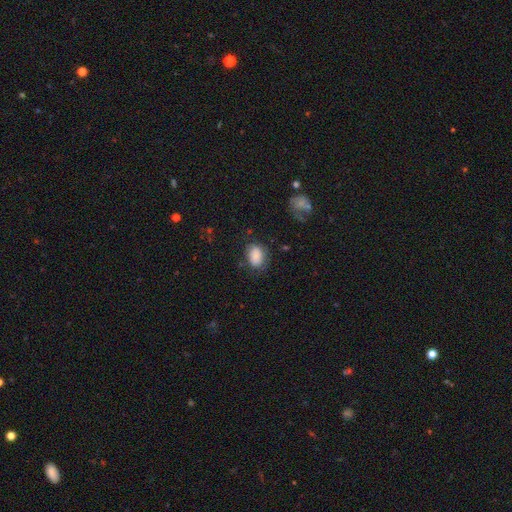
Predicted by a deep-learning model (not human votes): smooth_or_featured: smooth (p=0.81) [alt: featured or disk p=0.11]
how_rounded: in between (p=0.81) [alt: round p=0.18]
merging: none (p=0.65) [alt: minor disturbance p=0.23]